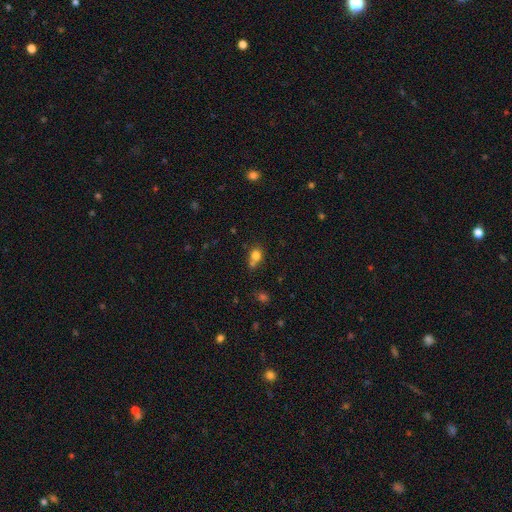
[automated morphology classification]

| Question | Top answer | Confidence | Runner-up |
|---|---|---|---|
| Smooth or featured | smooth | 78% | star or artifact (13%) |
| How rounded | round | 70% | in between (29%) |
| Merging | none | 47% | merger (35%) |